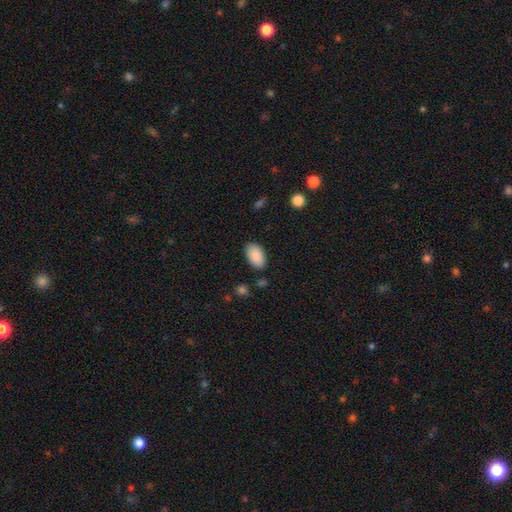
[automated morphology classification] Smooth or featured: smooth — 89% (star or artifact — 6%)
How rounded: in between — 95% (round — 4%)
Merging: none — 85% (minor disturbance — 10%)